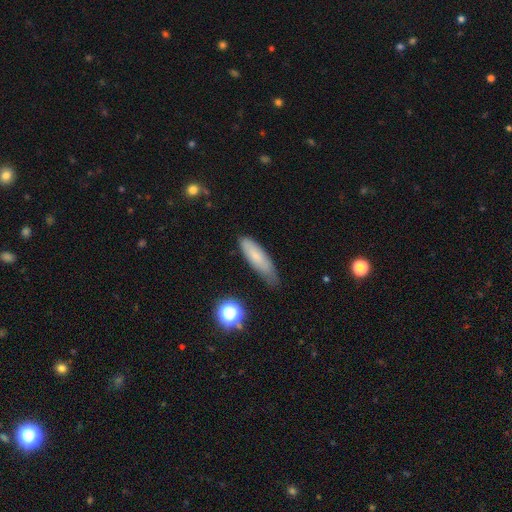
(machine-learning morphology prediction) smooth_or_featured: smooth (p=0.74) [alt: featured or disk p=0.17]
how_rounded: cigar-shaped (p=0.58) [alt: in between p=0.40]
merging: none (p=0.61) [alt: minor disturbance p=0.30]